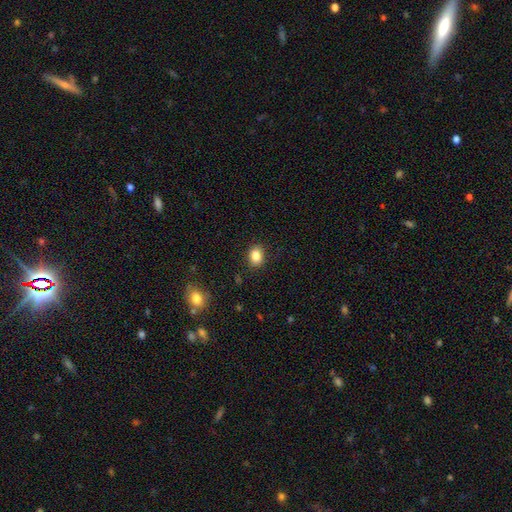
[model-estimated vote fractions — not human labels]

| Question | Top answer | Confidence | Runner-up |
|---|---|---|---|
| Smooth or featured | smooth | 84% | star or artifact (10%) |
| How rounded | in between | 51% | round (48%) |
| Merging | none | 88% | minor disturbance (9%) |